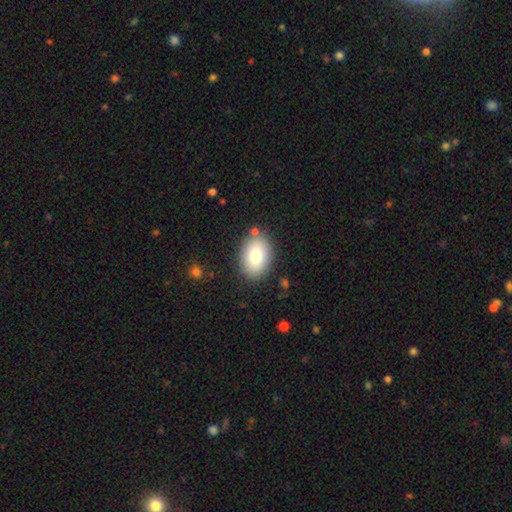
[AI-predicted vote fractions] Smooth or featured? smooth (79%)
How rounded? in between (82%)
Merging? none (84%)